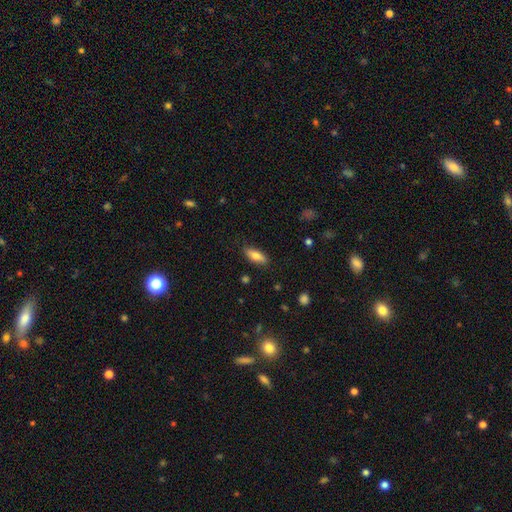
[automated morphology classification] Smooth or featured? smooth (75%)
How rounded? in between (67%)
Merging? none (85%)